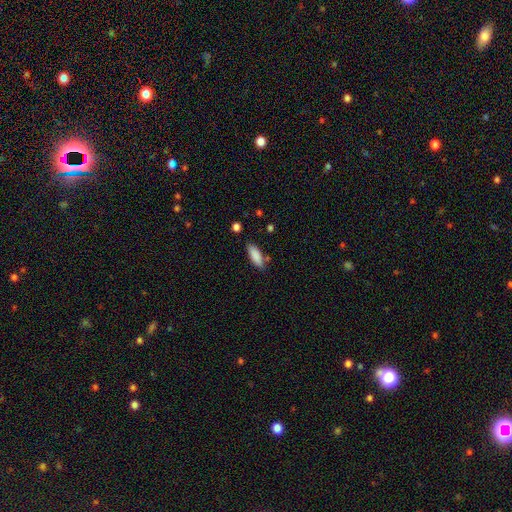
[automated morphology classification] A smooth galaxy with no disk features (88%) that is in between round and cigar-shaped (67%). Merging: none (80%).